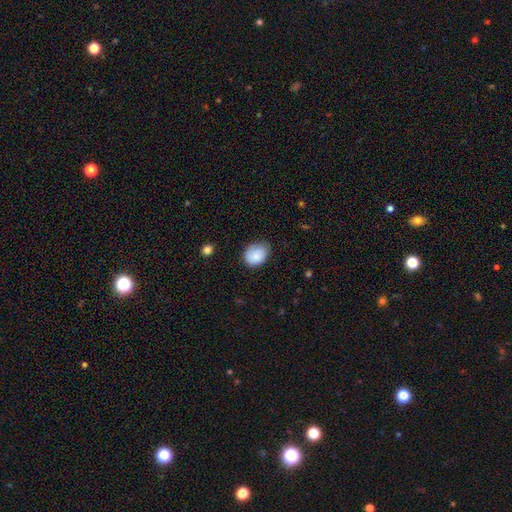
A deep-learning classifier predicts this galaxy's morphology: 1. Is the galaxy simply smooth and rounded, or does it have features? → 85% smooth, 8% featured or disk, 7% star or artifact.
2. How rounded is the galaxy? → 60% in between, 39% round, 1% cigar-shaped.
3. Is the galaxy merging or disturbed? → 64% none, 29% minor disturbance, 5% major disturbance, 1% merger.